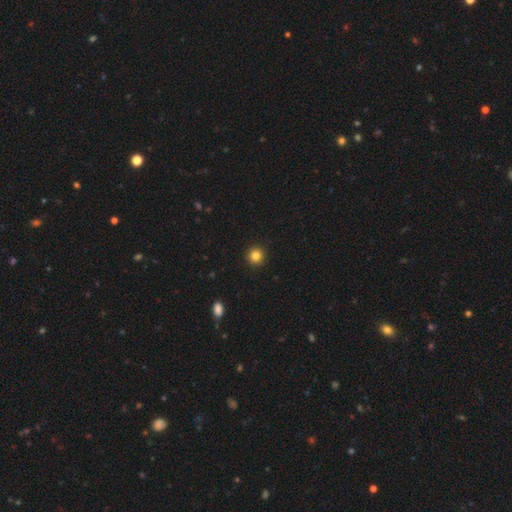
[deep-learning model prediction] The model was most divided on "smooth or featured": smooth: 84%, star or artifact: 11%, featured or disk: 5%. More confident: how rounded — round (95%); merging — none (93%).